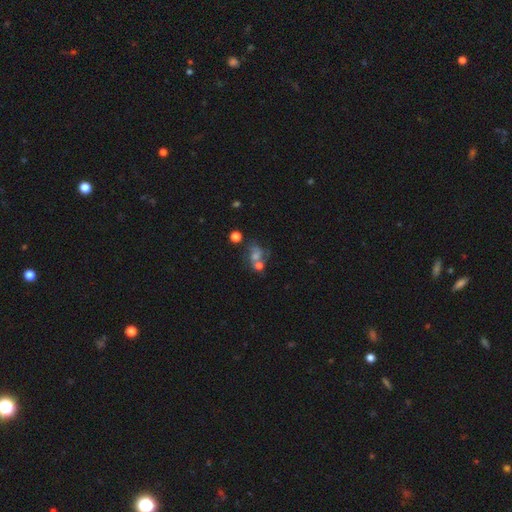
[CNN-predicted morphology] type=featured or disk (46%); merging=none (38%).